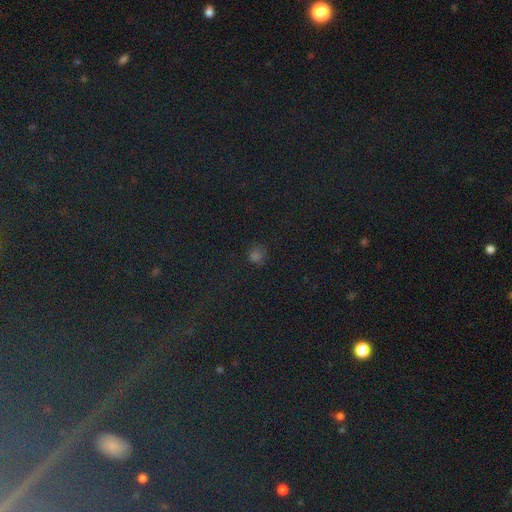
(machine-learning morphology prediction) A smooth galaxy with no disk features (63%) that is round (86%).

Vote fractions:
- Smooth or featured? smooth: 63% / star or artifact: 32% / featured or disk: 6%
- How rounded? round: 86% / in between: 13% / cigar-shaped: 1%
- Merging? none: 82% / minor disturbance: 11% / major disturbance: 4% / merger: 3%